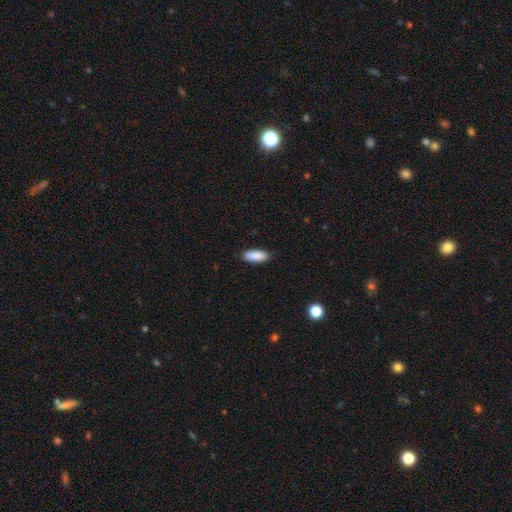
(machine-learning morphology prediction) Smooth or featured? Predicted: smooth (p=0.90). How rounded? Predicted: in between (p=0.73). Merging? Predicted: none (p=0.89).